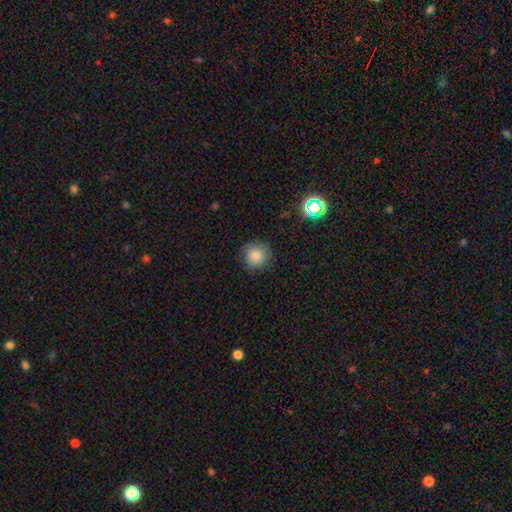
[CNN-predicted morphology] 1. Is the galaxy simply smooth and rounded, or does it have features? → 84% smooth, 11% star or artifact, 5% featured or disk.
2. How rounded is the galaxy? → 93% round, 7% in between, 1% cigar-shaped.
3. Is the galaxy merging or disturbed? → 84% none, 12% minor disturbance, 3% major disturbance, 1% merger.